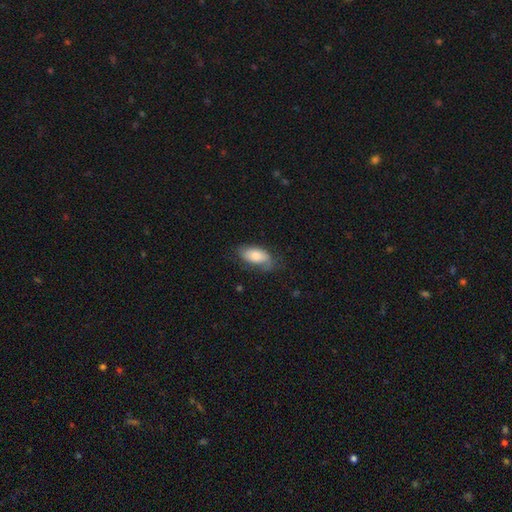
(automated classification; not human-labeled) Smooth or featured?
  - smooth: 68% *
  - featured or disk: 25%
  - star or artifact: 6%
How rounded?
  - in between: 92% *
  - cigar-shaped: 5%
  - round: 3%
Merging?
  - none: 61% *
  - minor disturbance: 28%
  - major disturbance: 10%
  - merger: 2%